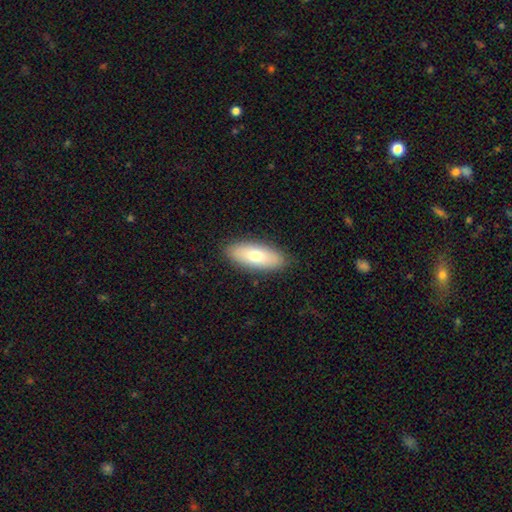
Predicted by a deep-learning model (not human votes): A smooth galaxy with no disk features (73%) that is in between round and cigar-shaped (76%).

Vote fractions:
- Smooth or featured? smooth: 73% / featured or disk: 21% / star or artifact: 6%
- How rounded? in between: 76% / cigar-shaped: 21% / round: 2%
- Merging? none: 88% / minor disturbance: 9% / major disturbance: 2% / merger: 1%